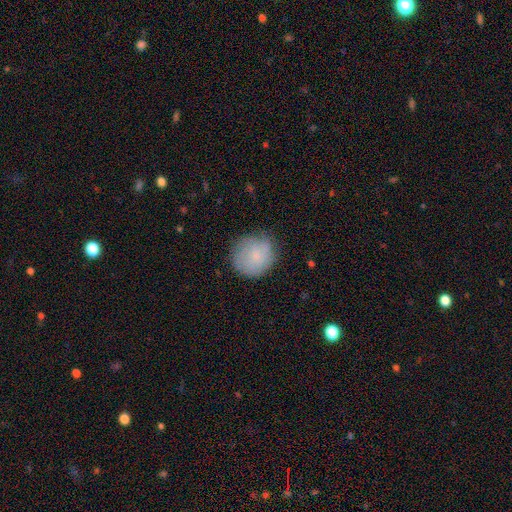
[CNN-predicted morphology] smooth 77%, featured or disk 16%, star or artifact 8%. Down the decision tree: how rounded — round (85%); merging — none (73%).